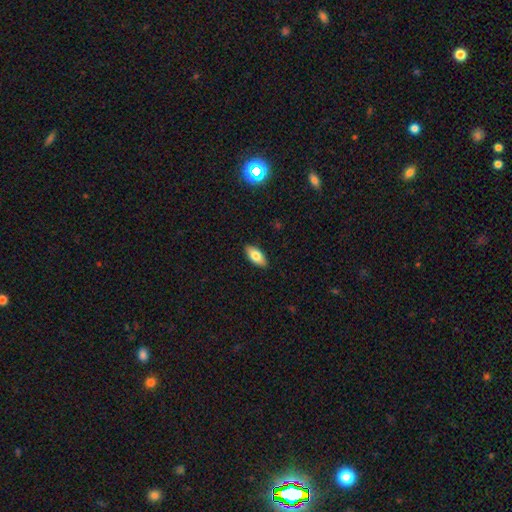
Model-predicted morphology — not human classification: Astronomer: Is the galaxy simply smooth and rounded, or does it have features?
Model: smooth — 78%.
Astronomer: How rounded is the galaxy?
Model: in between — 87%.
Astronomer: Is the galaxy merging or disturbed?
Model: none — 89%.